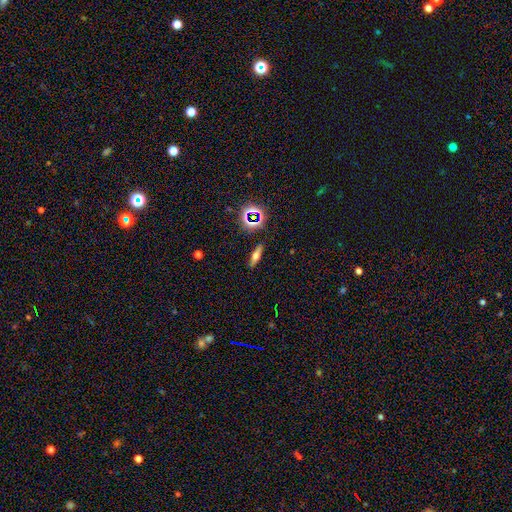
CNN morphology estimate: This appears to be a featured or disk galaxy (43%). Merging: none (88%).